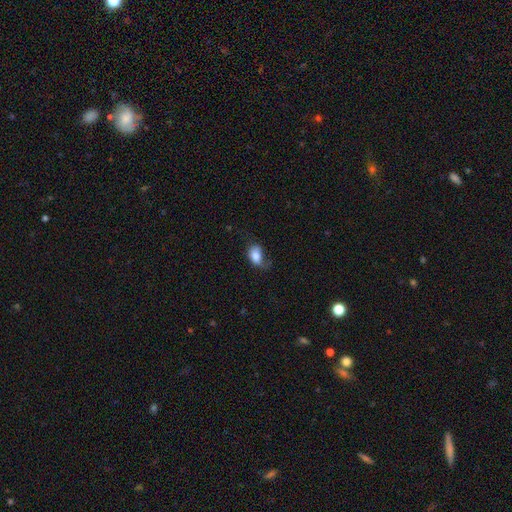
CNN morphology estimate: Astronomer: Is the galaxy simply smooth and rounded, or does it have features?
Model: smooth — 79%.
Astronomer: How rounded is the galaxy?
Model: in between — 84%.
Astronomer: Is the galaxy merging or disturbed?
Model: none — 33% (runner-up: minor disturbance, 32%).